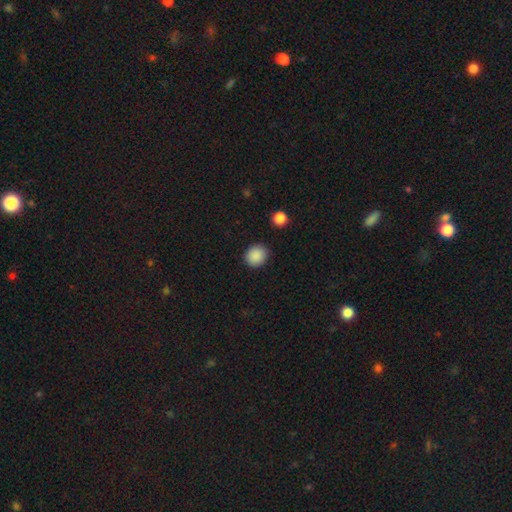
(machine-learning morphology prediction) Smooth or featured? Predicted: smooth (p=0.89). How rounded? Predicted: round (p=0.76). Merging? Predicted: none (p=0.88).